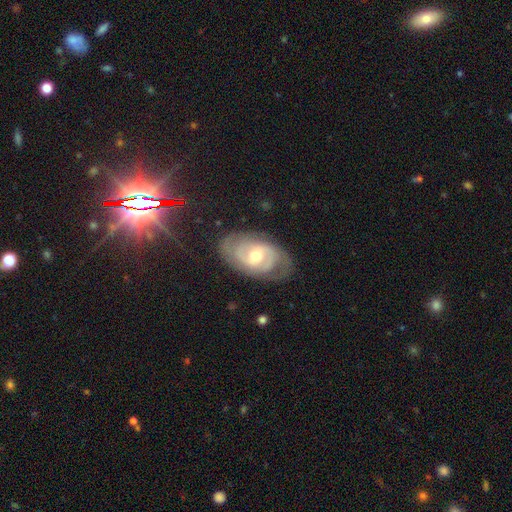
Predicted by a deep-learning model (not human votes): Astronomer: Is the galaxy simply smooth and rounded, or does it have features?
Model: featured or disk — 80%.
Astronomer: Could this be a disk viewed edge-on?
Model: no — 95%.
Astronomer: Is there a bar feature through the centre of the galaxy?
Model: weak — 47% (runner-up: no, 37%).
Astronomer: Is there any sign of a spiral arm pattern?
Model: yes — 90%.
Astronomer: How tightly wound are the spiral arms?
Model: tight — 53% (runner-up: medium, 36%).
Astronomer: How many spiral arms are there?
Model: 2 — 61%.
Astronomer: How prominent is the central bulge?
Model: moderate — 69%.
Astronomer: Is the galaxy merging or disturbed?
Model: none — 74%.